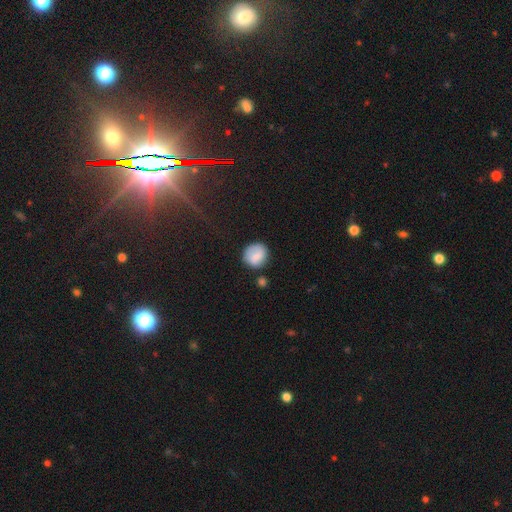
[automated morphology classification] type=smooth (76%); roundness=round (85%); merging=none (74%).